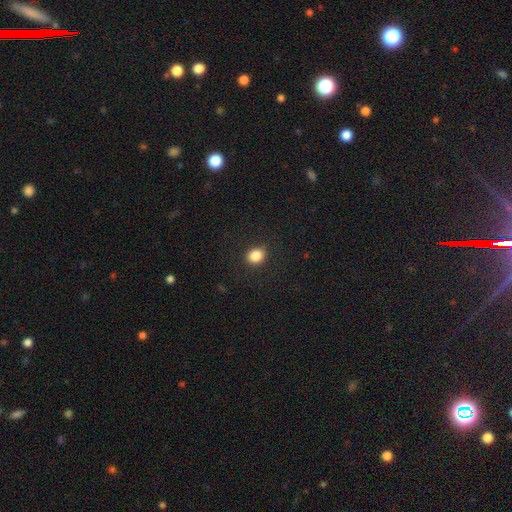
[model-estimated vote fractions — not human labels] smooth 86%, star or artifact 10%, featured or disk 4%. Down the decision tree: how rounded — round (62%); merging — none (88%).